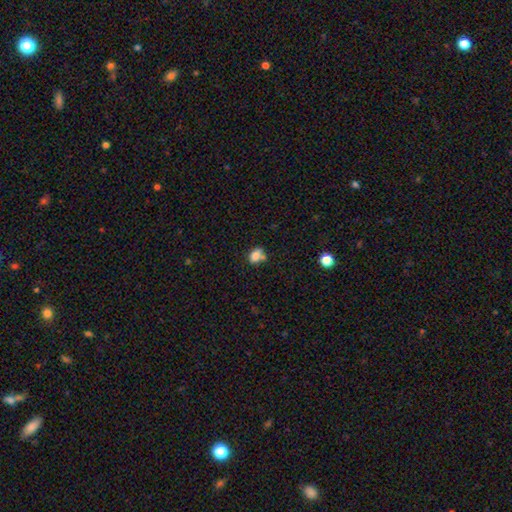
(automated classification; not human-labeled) Overall: smooth (77%). How rounded: in between (71%). Merging: none (45%; merger 29%).